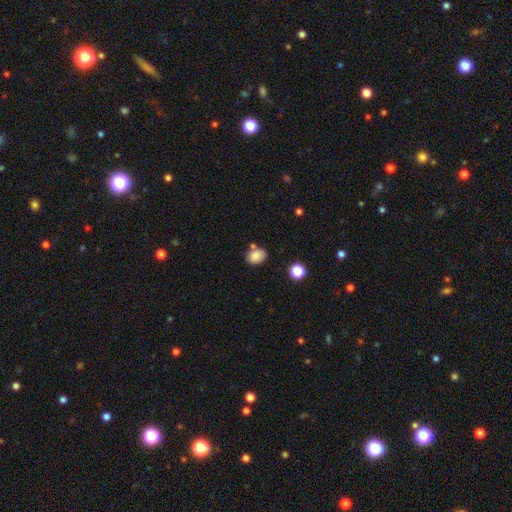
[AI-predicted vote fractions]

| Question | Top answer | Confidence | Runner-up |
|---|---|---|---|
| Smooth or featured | smooth | 85% | star or artifact (9%) |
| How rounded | in between | 74% | round (25%) |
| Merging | none | 69% | minor disturbance (15%) |